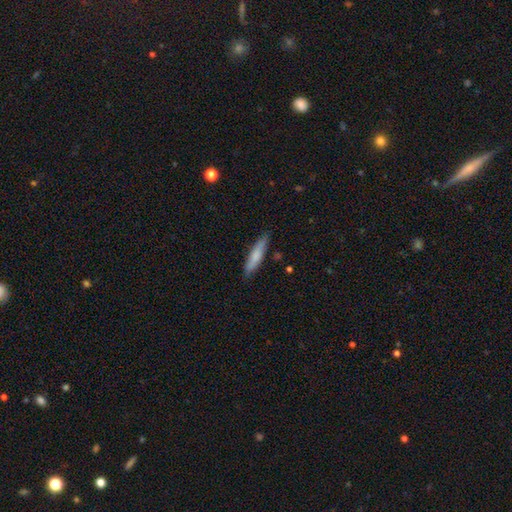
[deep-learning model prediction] smooth-or-featured: smooth: 73% | featured or disk: 22% | star or artifact: 6%
  how-rounded: cigar-shaped: 85% | in between: 14% | round: 1%
  merging: none: 83% | minor disturbance: 13% | major disturbance: 2% | merger: 2%